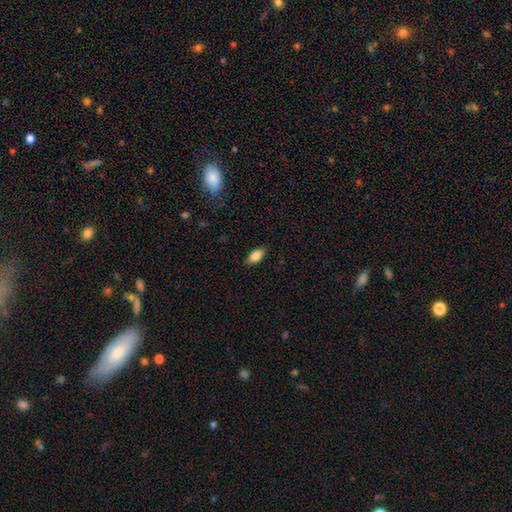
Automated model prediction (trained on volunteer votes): Overall: smooth (83%). How rounded: in between (89%). Merging: none (86%).